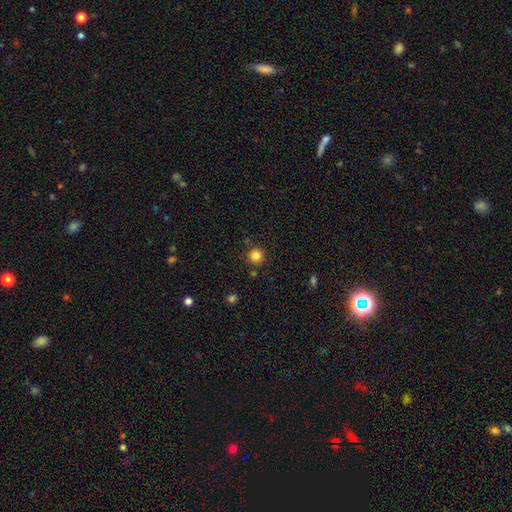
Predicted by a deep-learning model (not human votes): This appears to be a smooth galaxy with no disk features (82%) that is round (95%). Merging: none (88%).